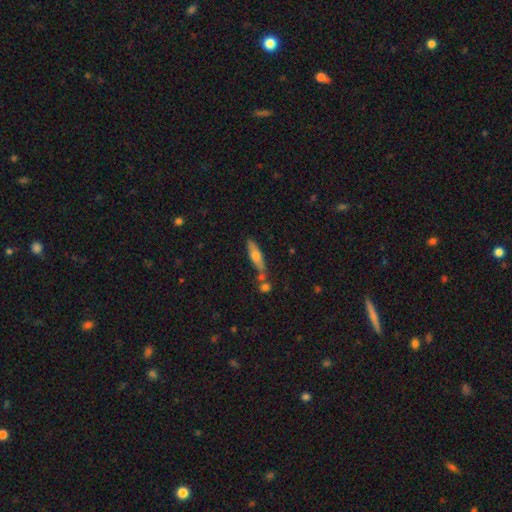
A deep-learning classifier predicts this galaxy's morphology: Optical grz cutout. It shows a smooth galaxy with no disk features (58%) that is cigar-shaped (69%). Merging: none (66%).